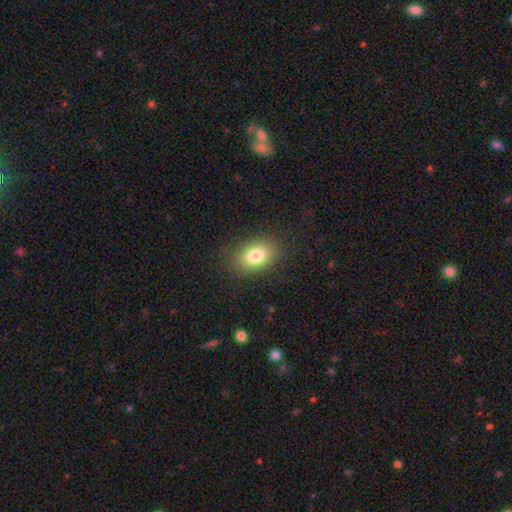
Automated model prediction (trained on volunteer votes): Smooth or featured? Predicted: smooth (p=0.82). How rounded? Predicted: in between (p=0.83). Merging? Predicted: none (p=0.85).